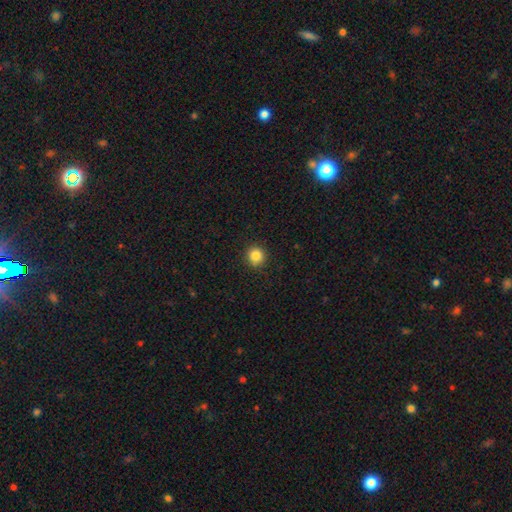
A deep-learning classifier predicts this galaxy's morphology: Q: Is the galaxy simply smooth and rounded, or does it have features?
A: smooth — 85%.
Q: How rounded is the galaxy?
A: round — 92%.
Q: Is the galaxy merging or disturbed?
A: none — 91%.